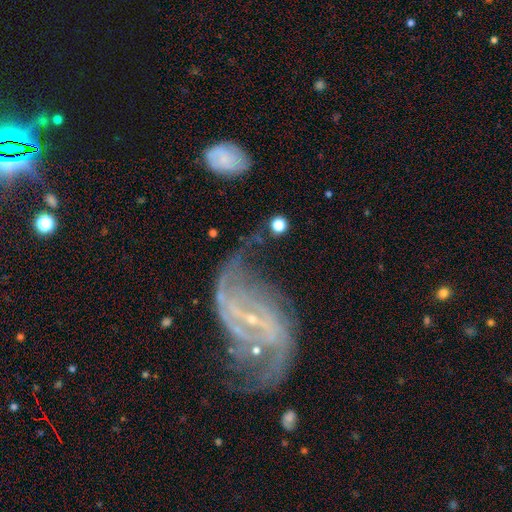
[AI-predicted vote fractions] Smooth or featured: featured or disk — 87% (star or artifact — 7%)
Edge-on disk: no — 96% (yes — 4%)
Bar: weak — 39% (strong — 38%)
Spiral arms: yes — 95% (no — 5%)
Spiral winding: loose — 57% (medium — 32%)
Spiral arm count: 2 — 85% (can't tell — 5%)
Bulge size: small — 82% (moderate — 8%)
Merging: none — 50% (major disturbance — 21%)